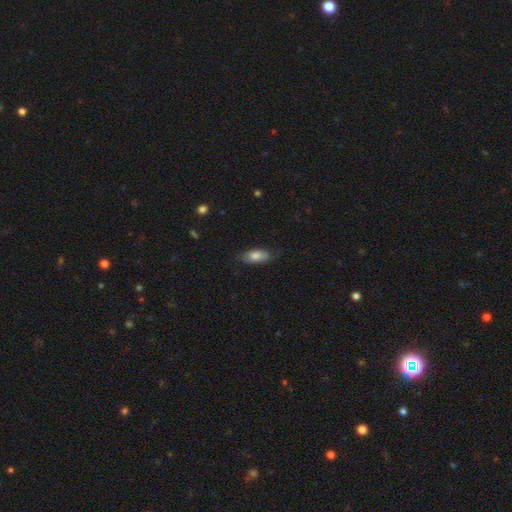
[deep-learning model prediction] A smooth galaxy with no disk features (73%) that is in between round and cigar-shaped (85%). Merging: none (69%).